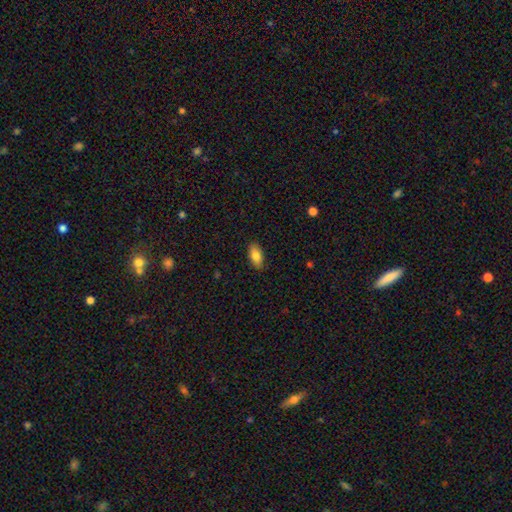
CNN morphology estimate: Smooth or featured? smooth (84%)
How rounded? in between (90%)
Merging? none (89%)